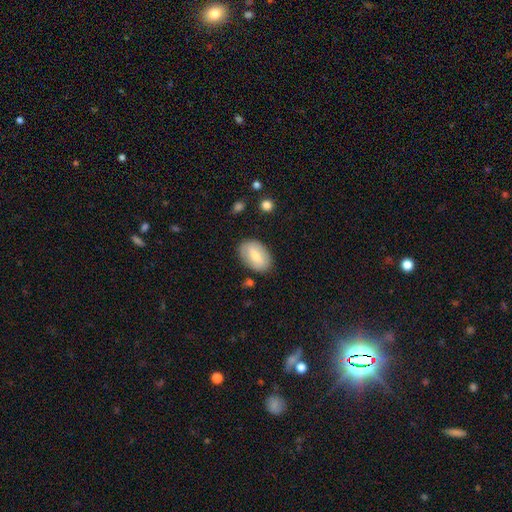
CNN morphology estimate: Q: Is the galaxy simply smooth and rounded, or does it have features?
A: smooth — 70%.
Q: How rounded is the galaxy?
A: in between — 90%.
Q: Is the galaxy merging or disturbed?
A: none — 82%.